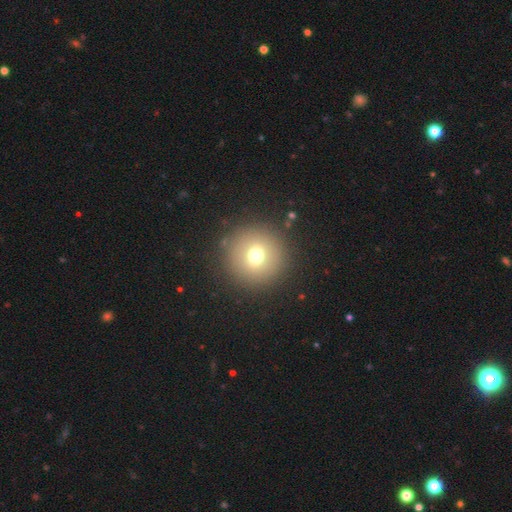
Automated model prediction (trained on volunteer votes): Q: Smooth or featured?
A: smooth (69%); runner-up: star or artifact (16%)
Q: How rounded?
A: round (95%); runner-up: in between (4%)
Q: Merging?
A: none (89%); runner-up: minor disturbance (6%)